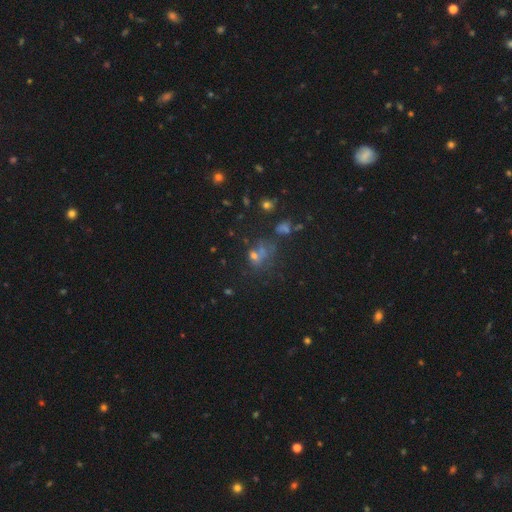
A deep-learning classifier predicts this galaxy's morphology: Q: Smooth or featured?
A: smooth (44%); runner-up: star or artifact (39%)
Q: Merging?
A: none (44%); runner-up: merger (22%)